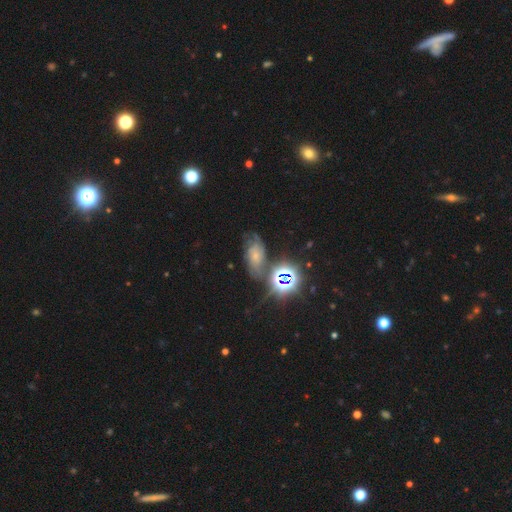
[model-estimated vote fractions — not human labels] Morphology: type=featured or disk (47%); merging=none (53%).